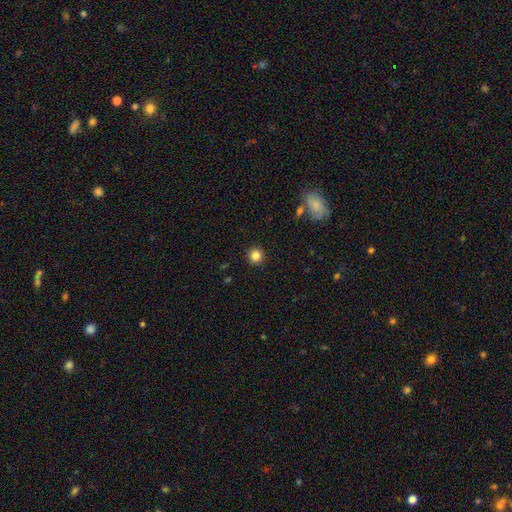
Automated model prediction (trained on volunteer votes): Q: Smooth or featured?
A: smooth (85%); runner-up: star or artifact (11%)
Q: How rounded?
A: round (94%); runner-up: in between (5%)
Q: Merging?
A: none (92%); runner-up: minor disturbance (5%)